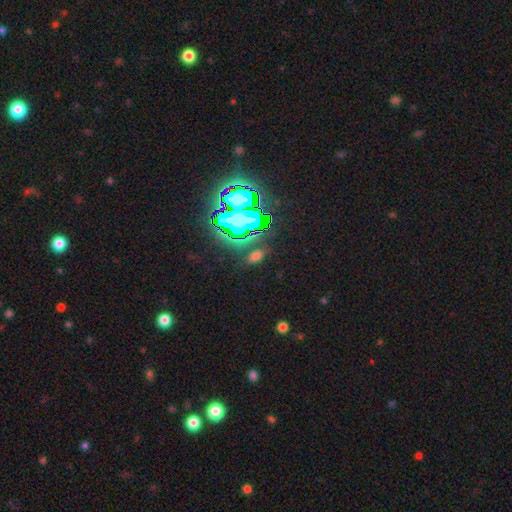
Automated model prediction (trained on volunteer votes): Smooth or featured? smooth (47%)
Merging? none (81%)